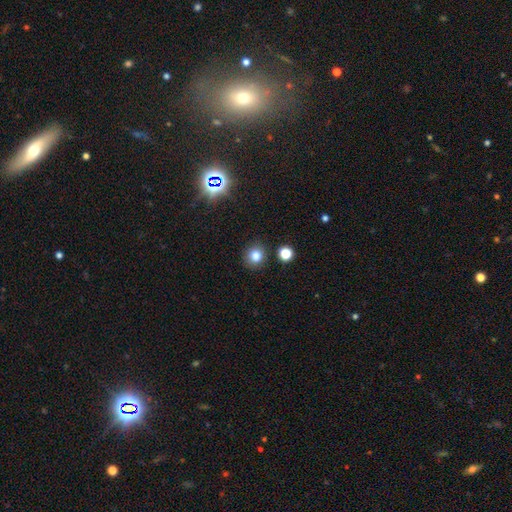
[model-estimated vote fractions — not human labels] This is clearly a smooth galaxy (81%). How rounded: clearly round (85%). Merging: clearly none (86%).